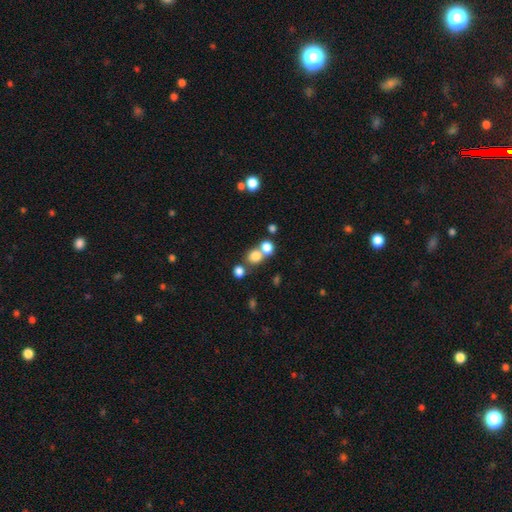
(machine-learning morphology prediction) smooth-or-featured: smooth: 77% | star or artifact: 13% | featured or disk: 9%
  how-rounded: round: 77% | in between: 22% | cigar-shaped: 1%
  merging: none: 45% | merger: 44% | minor disturbance: 7% | major disturbance: 4%